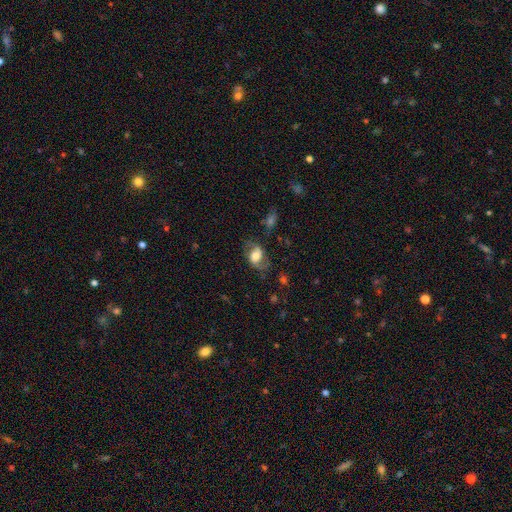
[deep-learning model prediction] Smooth or featured?
  - featured or disk: 49% *
  - smooth: 43%
  - star or artifact: 8%
Merging?
  - none: 62% *
  - minor disturbance: 22%
  - major disturbance: 14%
  - merger: 2%